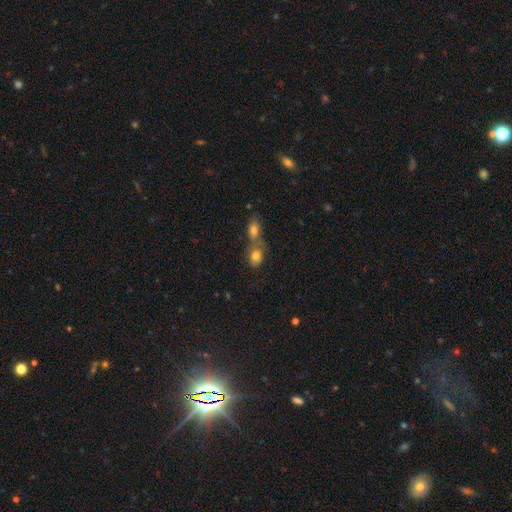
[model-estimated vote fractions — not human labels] Smooth or featured? smooth (76%)
How rounded? in between (73%)
Merging? merger (60%)